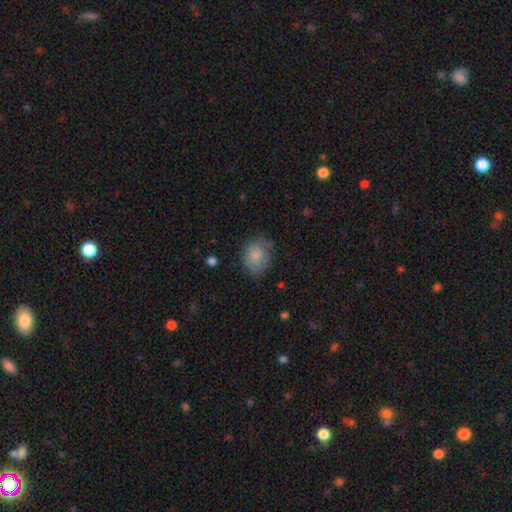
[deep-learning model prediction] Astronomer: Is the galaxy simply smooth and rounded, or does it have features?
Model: smooth — 81%.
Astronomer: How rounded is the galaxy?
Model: in between — 58% (runner-up: round, 41%).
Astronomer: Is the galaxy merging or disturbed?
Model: none — 70%.